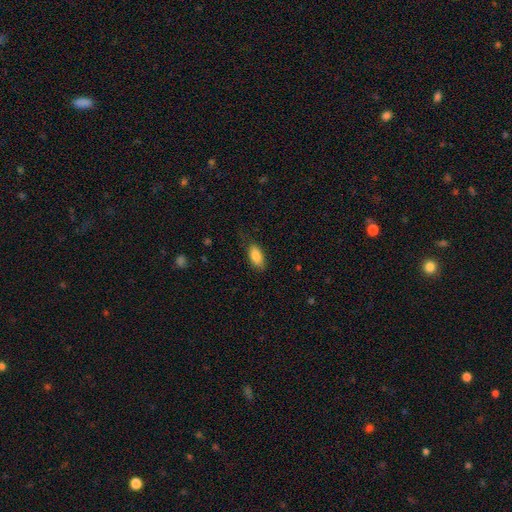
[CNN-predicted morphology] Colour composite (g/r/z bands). It shows a smooth galaxy with no disk features (87%) that is in between round and cigar-shaped (90%). Merging: none (76%).